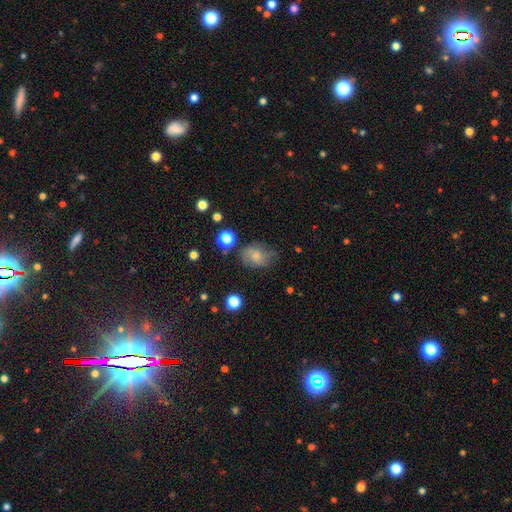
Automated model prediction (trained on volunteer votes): Q: Smooth or featured?
A: smooth (63%); runner-up: featured or disk (26%)
Q: How rounded?
A: in between (60%); runner-up: round (39%)
Q: Merging?
A: none (56%); runner-up: minor disturbance (28%)